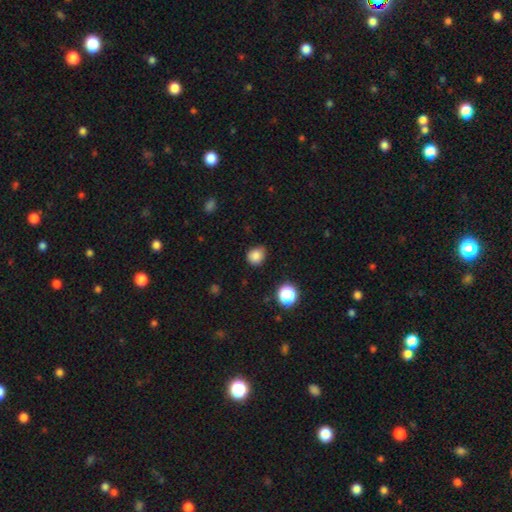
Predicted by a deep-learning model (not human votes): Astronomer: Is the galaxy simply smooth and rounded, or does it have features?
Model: smooth — 83%.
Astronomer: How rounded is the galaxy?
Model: round — 68%.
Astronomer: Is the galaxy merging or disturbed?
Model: none — 73%.